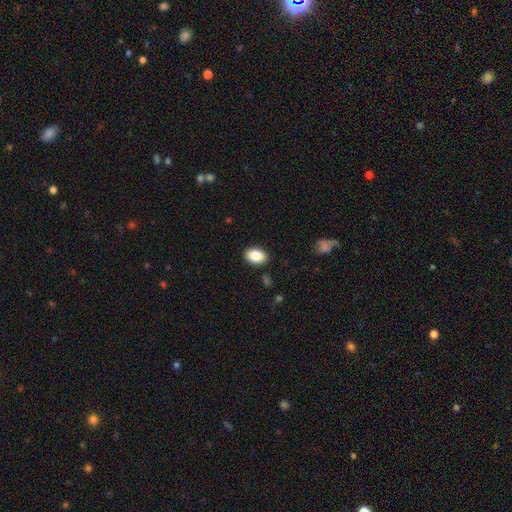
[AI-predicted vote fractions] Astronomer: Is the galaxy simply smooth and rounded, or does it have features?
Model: smooth — 87%.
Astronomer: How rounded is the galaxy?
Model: in between — 85%.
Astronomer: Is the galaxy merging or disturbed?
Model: none — 88%.